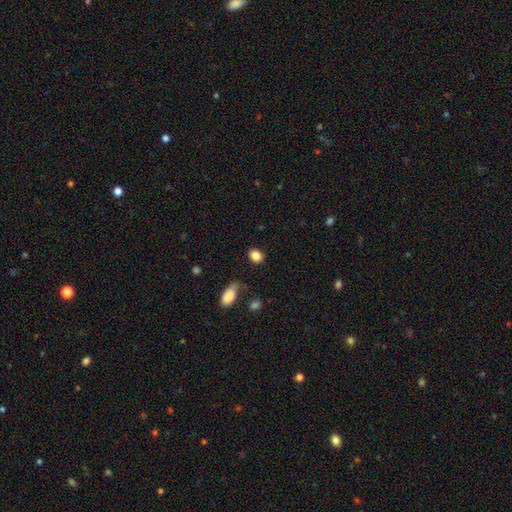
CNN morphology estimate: smooth 86%, star or artifact 9%, featured or disk 5%. Down the decision tree: how rounded — in between (52%); merging — none (81%).